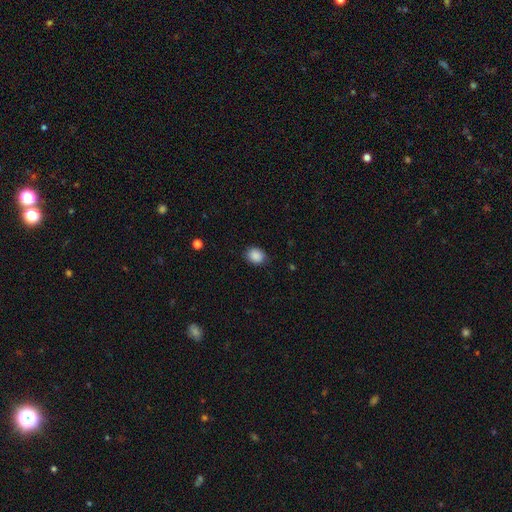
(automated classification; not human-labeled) This is clearly a smooth galaxy (89%). How rounded: possibly round (57%). Merging: clearly none (84%).